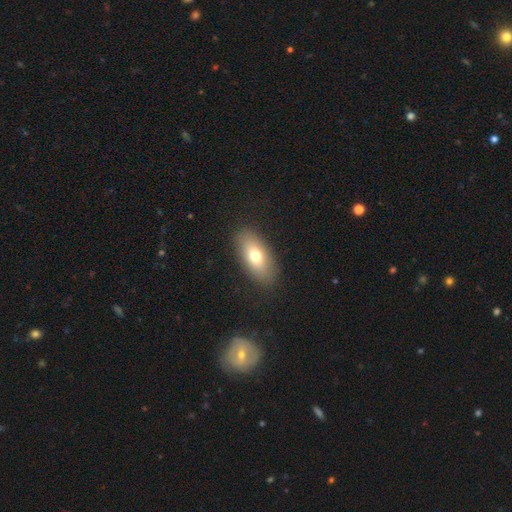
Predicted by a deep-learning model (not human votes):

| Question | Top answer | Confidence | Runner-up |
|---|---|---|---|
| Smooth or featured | smooth | 72% | featured or disk (20%) |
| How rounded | in between | 88% | cigar-shaped (7%) |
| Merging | none | 87% | minor disturbance (9%) |